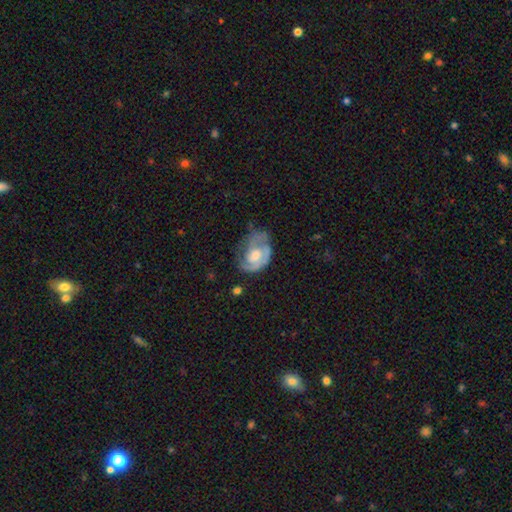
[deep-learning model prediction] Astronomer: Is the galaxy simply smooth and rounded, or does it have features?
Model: featured or disk — 73%.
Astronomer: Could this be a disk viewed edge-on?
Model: no — 97%.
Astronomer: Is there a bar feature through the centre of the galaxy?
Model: no — 69%.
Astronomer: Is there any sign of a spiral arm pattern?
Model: yes — 85%.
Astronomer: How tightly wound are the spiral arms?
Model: tight — 51% (runner-up: medium, 36%).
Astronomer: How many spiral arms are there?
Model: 2 — 37% (runner-up: 1, 30%).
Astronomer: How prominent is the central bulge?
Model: moderate — 52%.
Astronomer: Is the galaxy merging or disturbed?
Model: none — 50% (runner-up: minor disturbance, 27%).